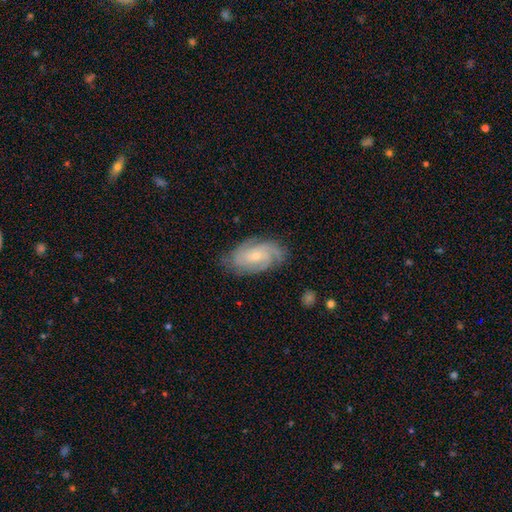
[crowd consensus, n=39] Morphology: type=featured or disk (90%); edge-on=no (100%); bar=no (71%); spiral arms=yes (100%); winding=tight (74%); arm count=3 (54%); bulge=small (63%); merging=none (84%).